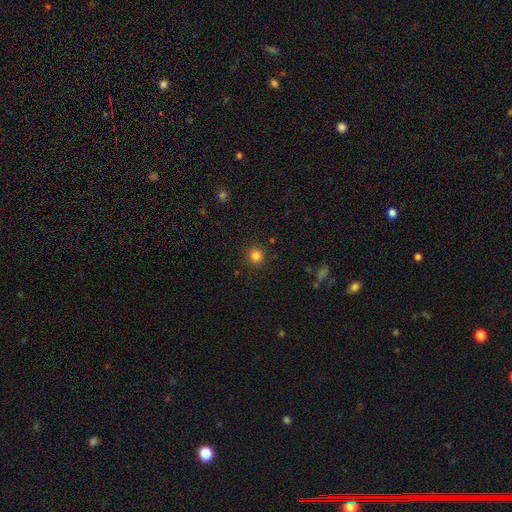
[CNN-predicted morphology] Overall: smooth (82%). How rounded: round (93%). Merging: none (90%).